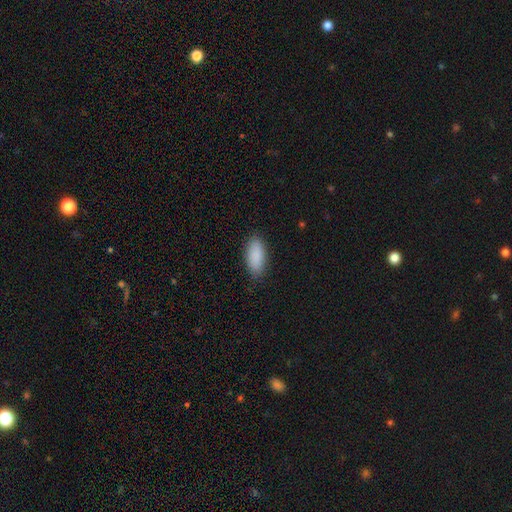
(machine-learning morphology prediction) This is clearly a smooth galaxy (90%). How rounded: clearly in between (85%). Merging: clearly none (87%).